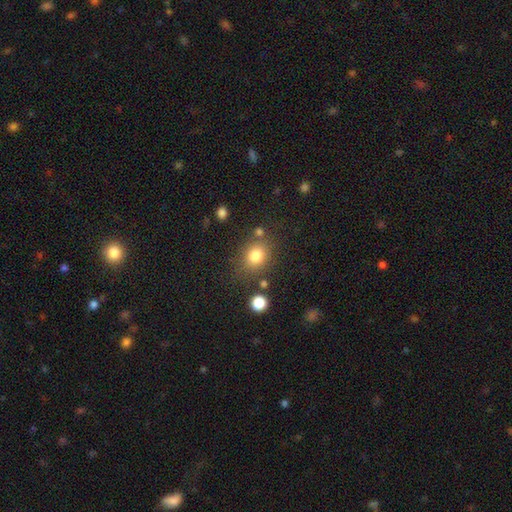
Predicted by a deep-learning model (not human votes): Q: Smooth or featured?
A: smooth (80%); runner-up: star or artifact (12%)
Q: How rounded?
A: round (66%); runner-up: in between (33%)
Q: Merging?
A: none (74%); runner-up: minor disturbance (13%)